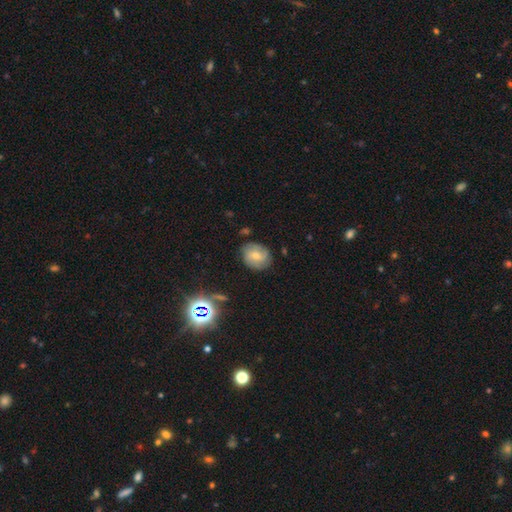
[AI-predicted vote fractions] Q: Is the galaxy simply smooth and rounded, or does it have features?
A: smooth — 47%.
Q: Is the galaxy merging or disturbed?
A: none — 77%.